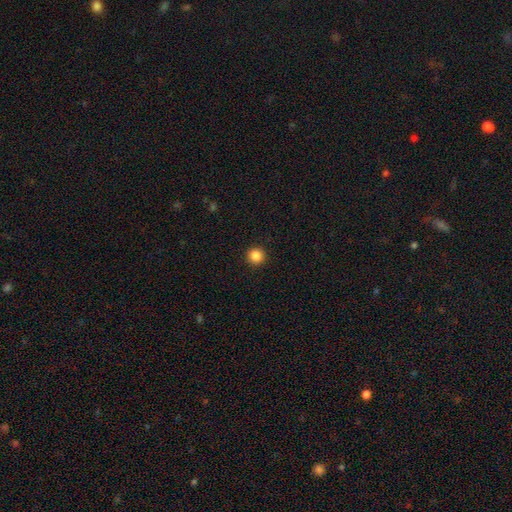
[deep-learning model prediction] Smooth or featured: smooth — 86% (star or artifact — 11%)
How rounded: round — 95% (in between — 4%)
Merging: none — 93% (minor disturbance — 4%)